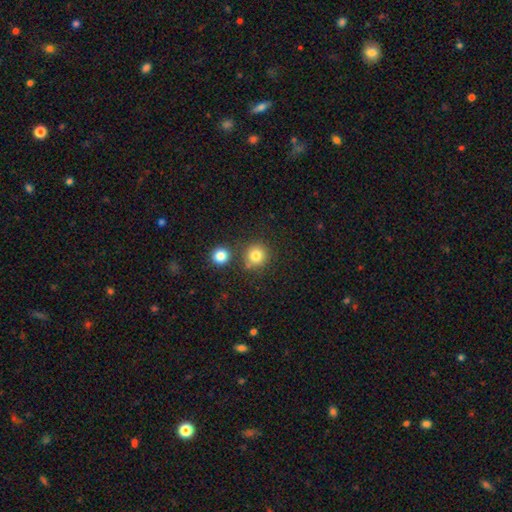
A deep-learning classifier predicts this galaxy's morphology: type=smooth (82%); roundness=round (92%); merging=none (75%).